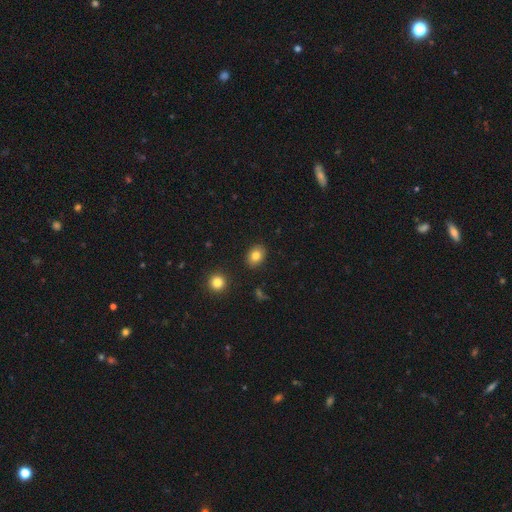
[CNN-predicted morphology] The model was most divided on "how rounded": in between: 62%, round: 38%, cigar-shaped: 1%. More confident: merging — none (88%); smooth or featured — smooth (82%).